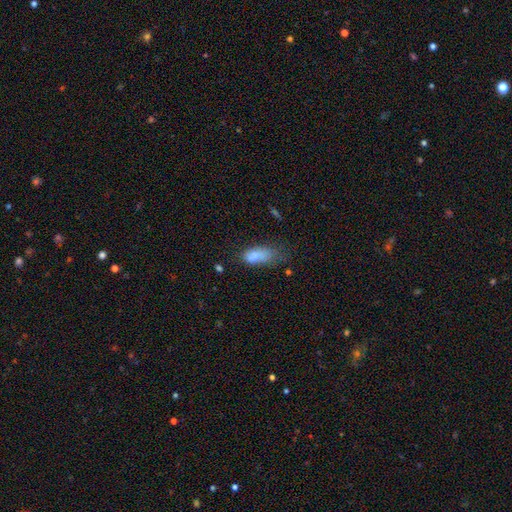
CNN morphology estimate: Q: Smooth or featured?
A: smooth (79%); runner-up: featured or disk (12%)
Q: How rounded?
A: in between (85%); runner-up: cigar-shaped (12%)
Q: Merging?
A: minor disturbance (33%); runner-up: none (31%)